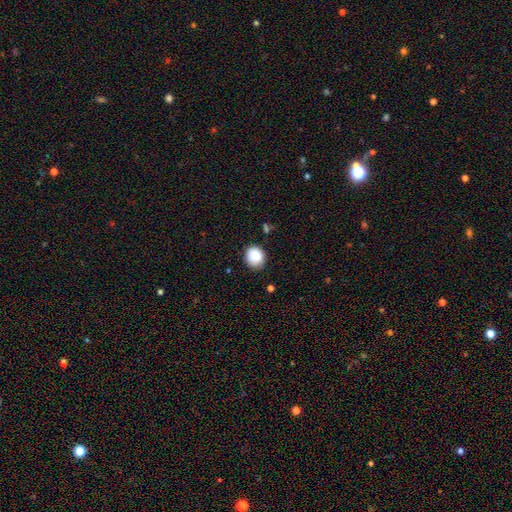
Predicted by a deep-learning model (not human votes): smooth 86%, star or artifact 8%, featured or disk 6%. Down the decision tree: how rounded — round (76%); merging — none (81%).